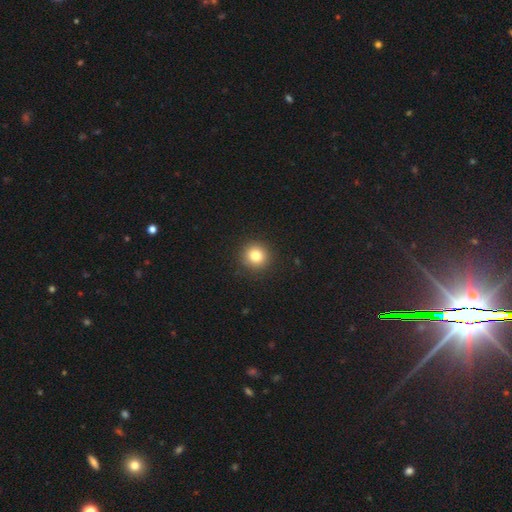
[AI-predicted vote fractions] A smooth galaxy with no disk features (82%) that is round (93%). Merging: none (92%).